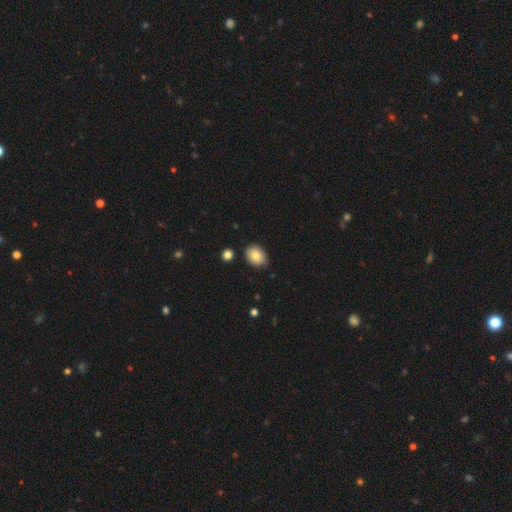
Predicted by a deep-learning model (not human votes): A smooth galaxy with no disk features (81%) that is in between round and cigar-shaped (72%). Merging: none (80%).